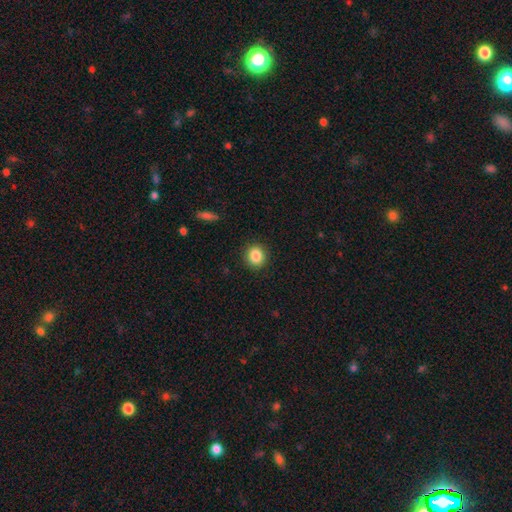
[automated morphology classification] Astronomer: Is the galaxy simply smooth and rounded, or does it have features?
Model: smooth — 86%.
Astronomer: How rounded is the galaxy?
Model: round — 85%.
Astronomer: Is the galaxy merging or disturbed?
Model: none — 91%.